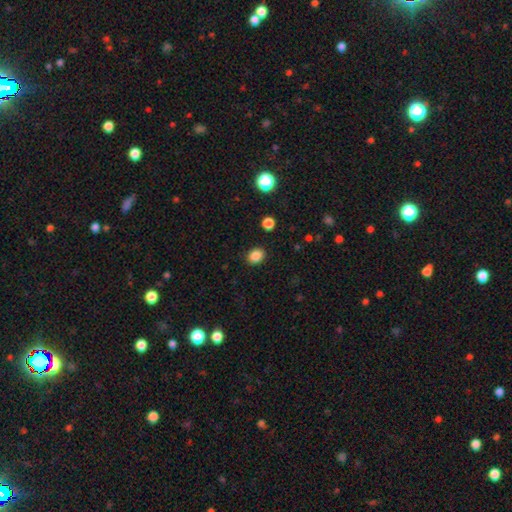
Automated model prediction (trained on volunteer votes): Smooth or featured? Predicted: smooth (p=0.86). How rounded? Predicted: in between (p=0.50). Merging? Predicted: none (p=0.88).